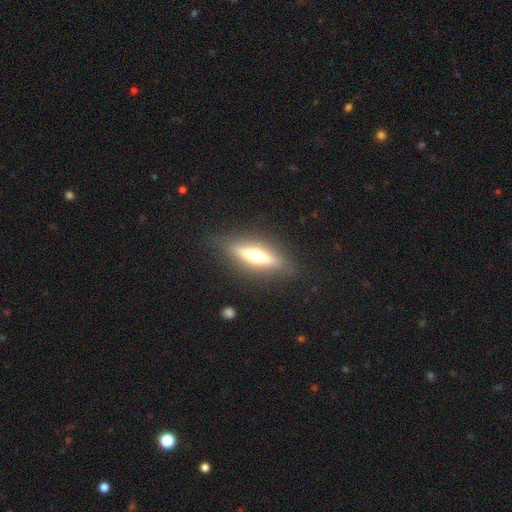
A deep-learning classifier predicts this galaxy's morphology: type=featured or disk (60%); edge-on=yes (90%); edge-on bulge=rounded (93%); merging=none (86%).